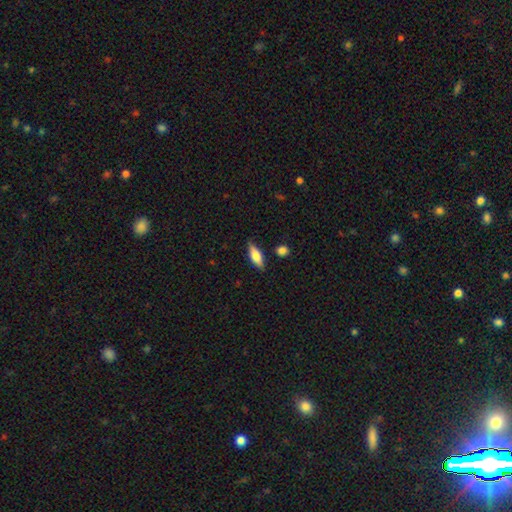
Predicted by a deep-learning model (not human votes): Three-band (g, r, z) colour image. It shows a smooth galaxy with no disk features (62%) that is in between round and cigar-shaped (62%). Merging: none (82%).